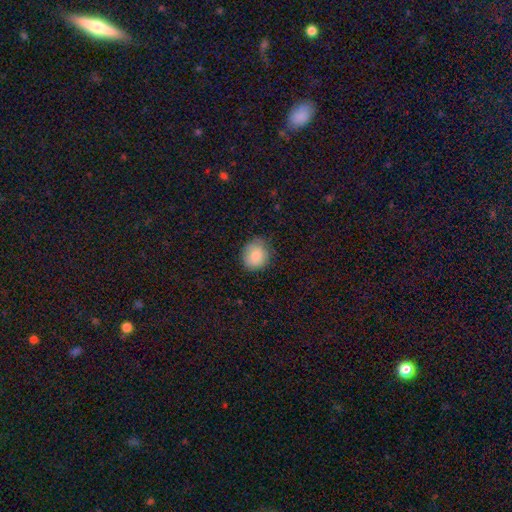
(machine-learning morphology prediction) Smooth or featured? smooth (84%)
How rounded? round (78%)
Merging? none (74%)